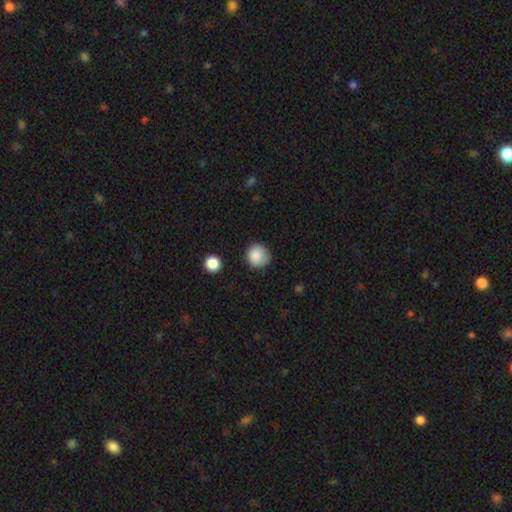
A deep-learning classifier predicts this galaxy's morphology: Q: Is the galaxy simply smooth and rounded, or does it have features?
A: smooth — 86%.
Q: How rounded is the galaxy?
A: round — 90%.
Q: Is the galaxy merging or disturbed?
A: none — 80%.